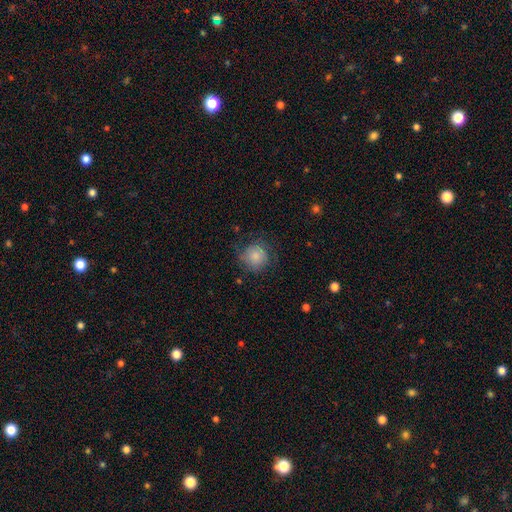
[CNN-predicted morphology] Smooth or featured: smooth — 79% (featured or disk — 13%)
How rounded: round — 91% (in between — 8%)
Merging: none — 68% (minor disturbance — 22%)